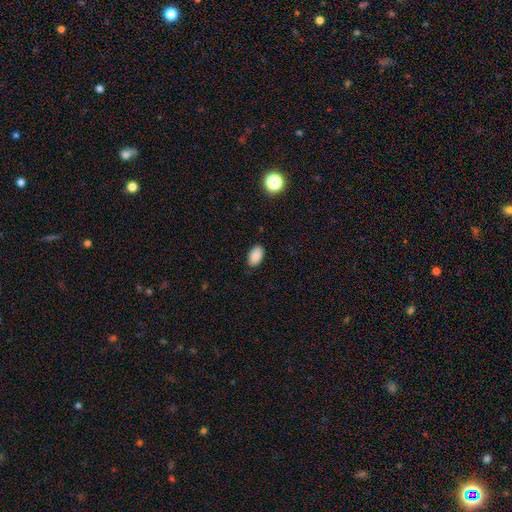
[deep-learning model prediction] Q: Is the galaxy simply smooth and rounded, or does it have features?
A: smooth — 88%.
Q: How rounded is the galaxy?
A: in between — 92%.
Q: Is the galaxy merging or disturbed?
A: none — 84%.